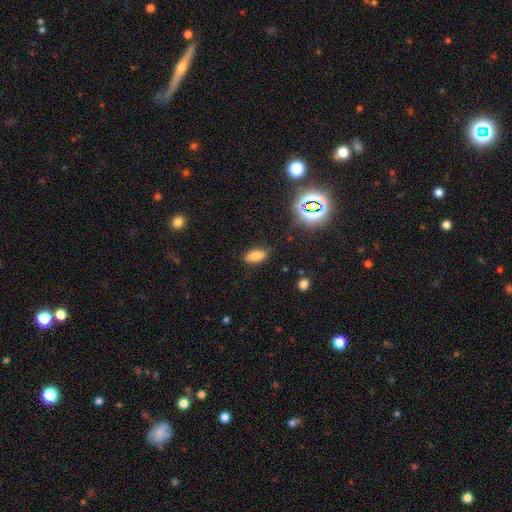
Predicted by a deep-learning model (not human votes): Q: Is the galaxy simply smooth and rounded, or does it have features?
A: smooth — 79%.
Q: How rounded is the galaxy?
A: in between — 86%.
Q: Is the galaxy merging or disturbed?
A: none — 85%.